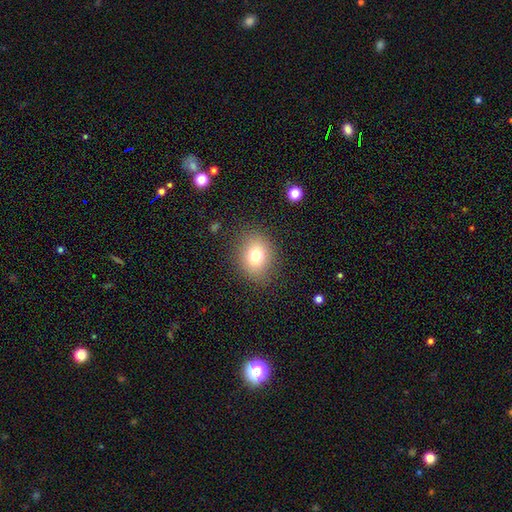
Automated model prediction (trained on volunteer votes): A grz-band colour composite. It shows a smooth galaxy with no disk features (76%) that is round (53%). Merging: none (85%).